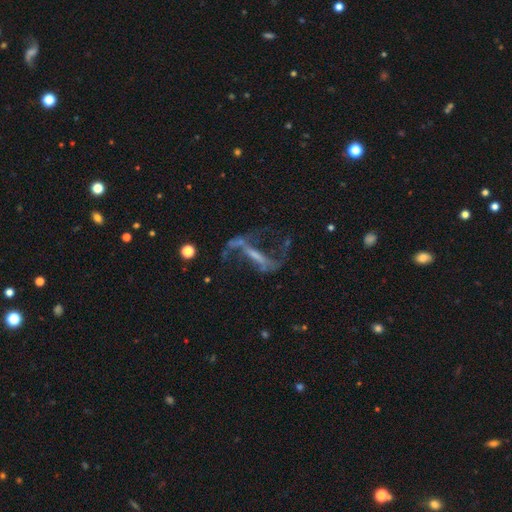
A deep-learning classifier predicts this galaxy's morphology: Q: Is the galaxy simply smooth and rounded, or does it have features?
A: featured or disk — 73%.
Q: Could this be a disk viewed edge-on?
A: no — 80%.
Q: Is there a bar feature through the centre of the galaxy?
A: strong — 54%.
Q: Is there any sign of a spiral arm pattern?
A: yes — 68%.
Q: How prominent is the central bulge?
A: none — 47%.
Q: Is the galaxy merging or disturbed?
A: none — 39%.